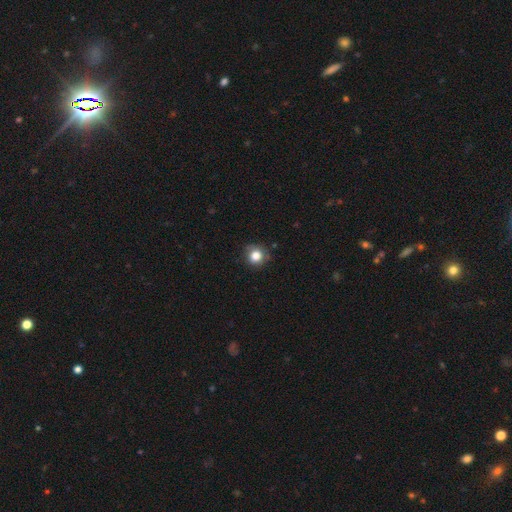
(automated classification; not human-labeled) Morphology: type=smooth (81%); roundness=round (88%); merging=none (79%).